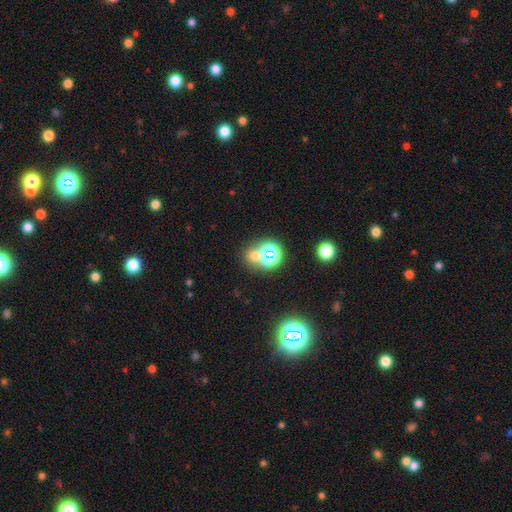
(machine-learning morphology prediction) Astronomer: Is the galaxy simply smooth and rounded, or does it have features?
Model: smooth — 47% (runner-up: star or artifact, 43%).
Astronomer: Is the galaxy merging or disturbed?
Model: none — 60%.